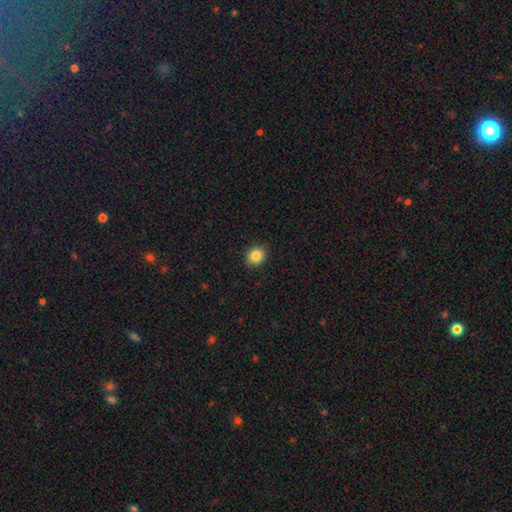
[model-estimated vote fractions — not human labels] Morphology: type=smooth (85%); roundness=round (70%); merging=none (89%).